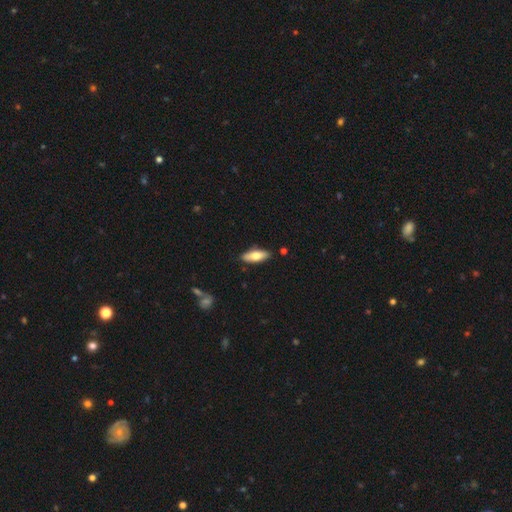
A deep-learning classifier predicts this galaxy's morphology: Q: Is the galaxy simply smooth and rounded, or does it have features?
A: smooth — 72%.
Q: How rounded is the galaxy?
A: in between — 67%.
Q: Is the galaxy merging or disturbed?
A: none — 86%.